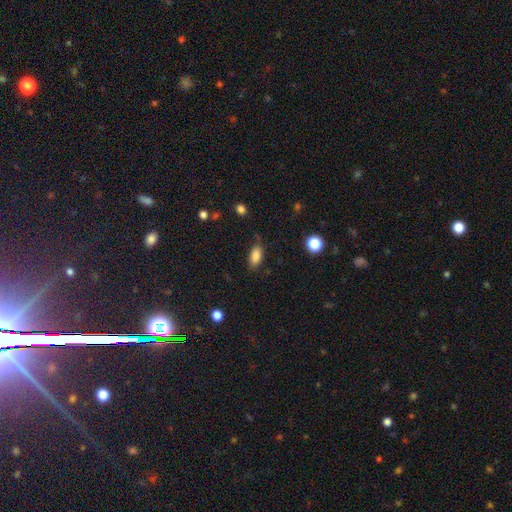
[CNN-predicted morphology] This is clearly a smooth galaxy (85%). How rounded: clearly in between (89%). Merging: likely none (78%).